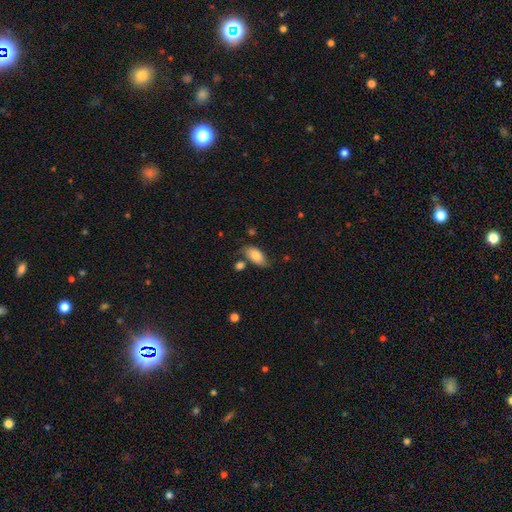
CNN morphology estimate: Smooth or featured?
  - smooth: 81% *
  - featured or disk: 12%
  - star or artifact: 7%
How rounded?
  - in between: 92% *
  - cigar-shaped: 4%
  - round: 3%
Merging?
  - none: 61% *
  - minor disturbance: 22%
  - merger: 11%
  - major disturbance: 7%